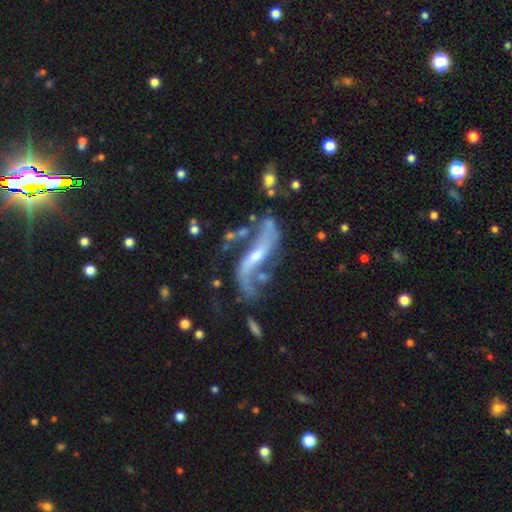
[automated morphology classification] The model was most divided on "bar": strong: 38%, weak: 32%, no: 30%. Remaining: spiral arms — yes (88%); spiral arm count — 2 (85%); edge-on disk — no (83%); smooth or featured — featured or disk (82%); spiral winding — loose (81%); bulge size — small (50%); merging — none (45%).